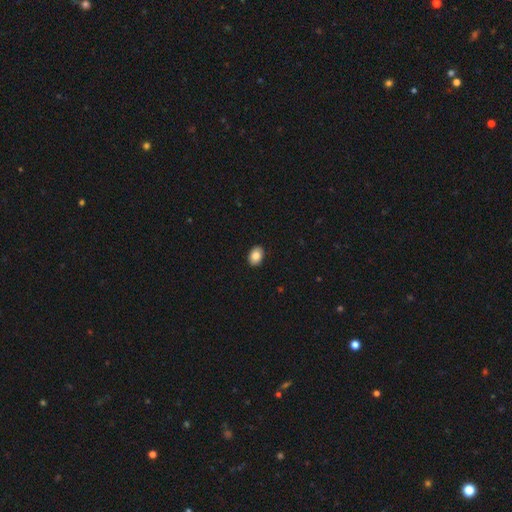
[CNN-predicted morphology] Q: Smooth or featured?
A: smooth (85%); runner-up: star or artifact (8%)
Q: How rounded?
A: in between (81%); runner-up: round (18%)
Q: Merging?
A: none (90%); runner-up: minor disturbance (7%)